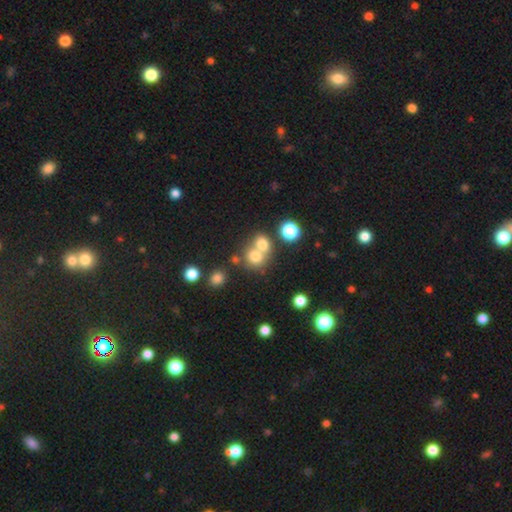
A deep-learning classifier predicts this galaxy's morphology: Smooth or featured? Predicted: smooth (p=0.73). How rounded? Predicted: round (p=0.79). Merging? Predicted: merger (p=0.51).